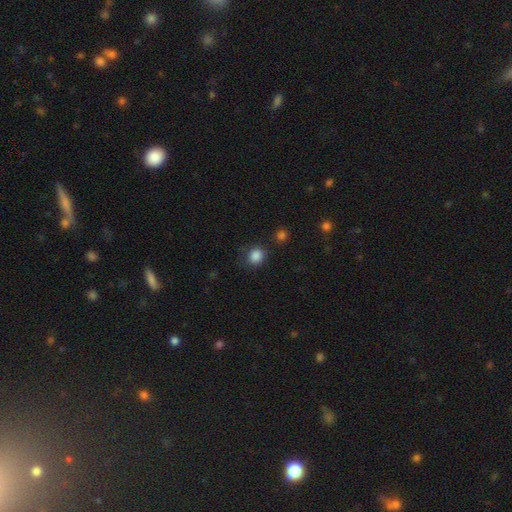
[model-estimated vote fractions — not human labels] A smooth galaxy with no disk features (85%) that is round (70%). Merging: none (75%).